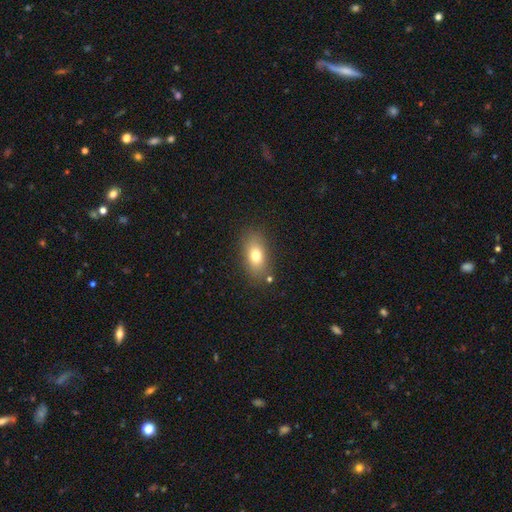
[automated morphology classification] Overall: smooth (75%). How rounded: in between (83%). Merging: none (81%).